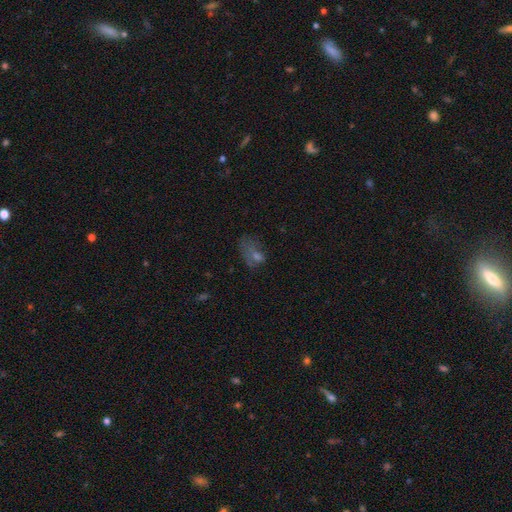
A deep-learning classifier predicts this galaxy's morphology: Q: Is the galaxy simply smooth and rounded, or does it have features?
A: smooth — 45%.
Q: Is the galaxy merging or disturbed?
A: major disturbance — 37%.